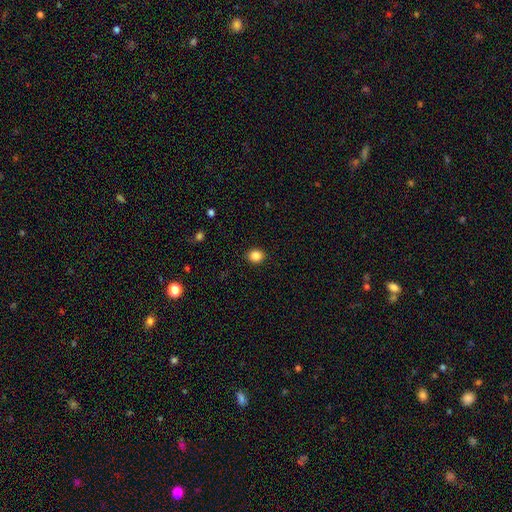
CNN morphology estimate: type=smooth (86%); roundness=round (74%); merging=none (91%).